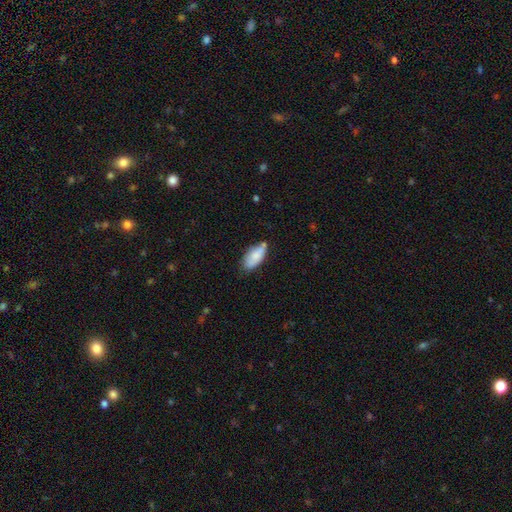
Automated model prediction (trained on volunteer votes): smooth-or-featured: smooth: 81% | featured or disk: 12% | star or artifact: 6%
  how-rounded: in between: 87% | cigar-shaped: 11% | round: 2%
  merging: none: 60% | minor disturbance: 30% | major disturbance: 5% | merger: 5%